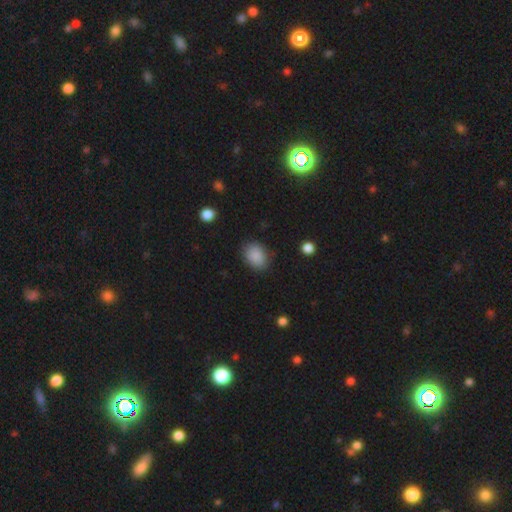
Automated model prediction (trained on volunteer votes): Smooth or featured? smooth (88%)
How rounded? in between (70%)
Merging? none (83%)